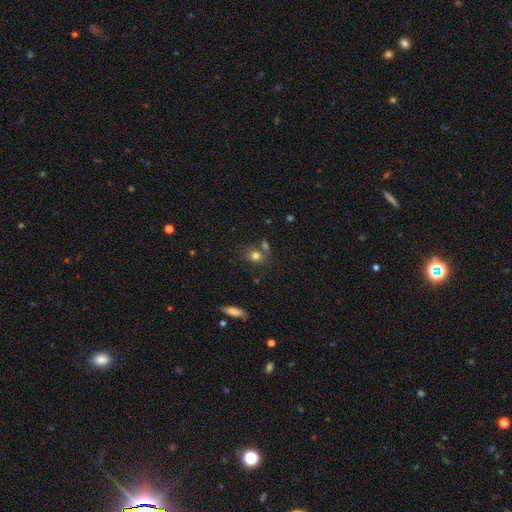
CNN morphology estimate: Smooth or featured? smooth (79%)
How rounded? round (54%)
Merging? none (56%)